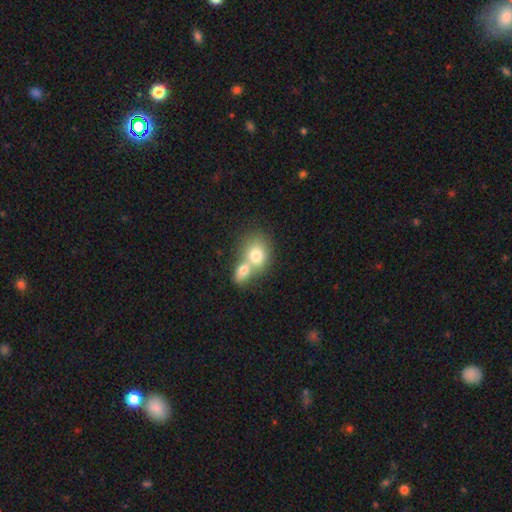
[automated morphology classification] smooth-or-featured: smooth: 74% | featured or disk: 17% | star or artifact: 8%
  how-rounded: round: 50% | in between: 49% | cigar-shaped: 1%
  merging: merger: 70% | none: 21% | minor disturbance: 6% | major disturbance: 3%